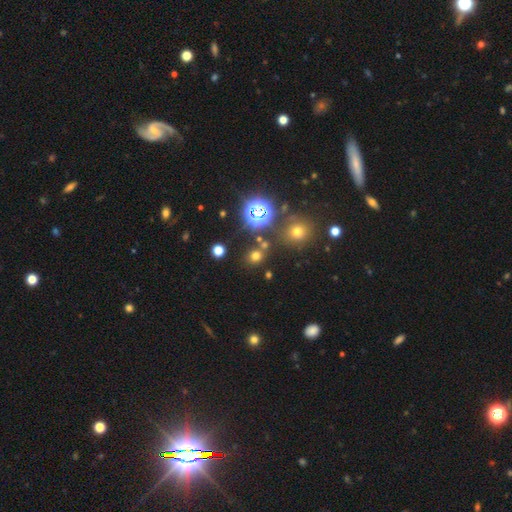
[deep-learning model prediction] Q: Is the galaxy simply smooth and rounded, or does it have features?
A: smooth — 61%.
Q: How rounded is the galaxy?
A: round — 79%.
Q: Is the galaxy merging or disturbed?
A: none — 79%.